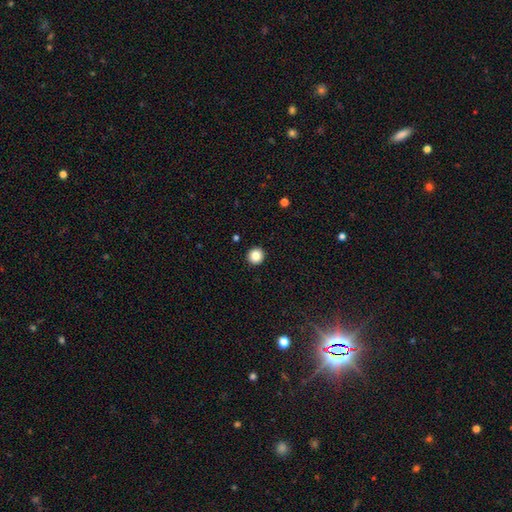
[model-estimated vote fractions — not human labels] smooth 86%, star or artifact 10%, featured or disk 4%. Down the decision tree: how rounded — round (96%); merging — none (94%).